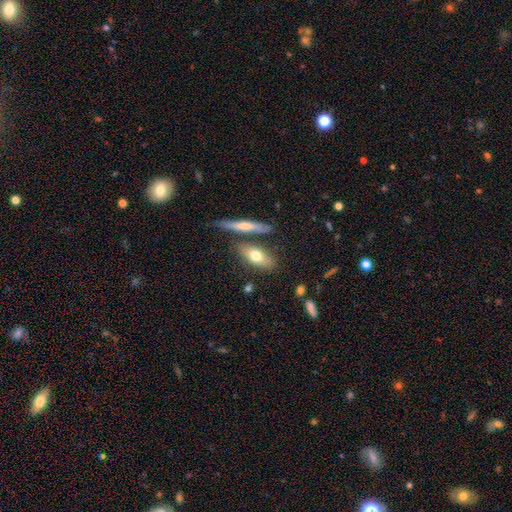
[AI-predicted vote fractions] smooth 67%, featured or disk 27%, star or artifact 6%. Down the decision tree: how rounded — in between (67%); merging — none (67%).